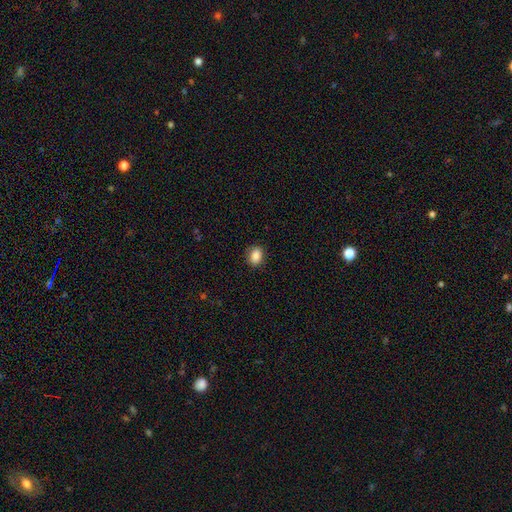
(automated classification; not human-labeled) A smooth galaxy with no disk features (87%) that is in between round and cigar-shaped (58%).

Vote fractions:
- Smooth or featured? smooth: 87% / star or artifact: 9% / featured or disk: 4%
- How rounded? in between: 58% / round: 41% / cigar-shaped: 1%
- Merging? none: 86% / minor disturbance: 11% / major disturbance: 3% / merger: 1%